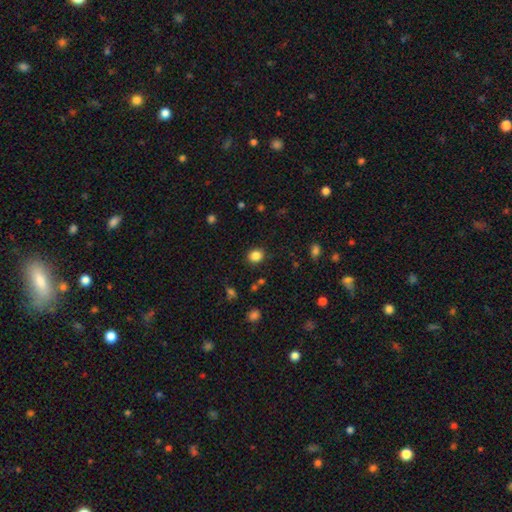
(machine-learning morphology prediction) Smooth or featured? Predicted: smooth (p=0.85). How rounded? Predicted: round (p=0.75). Merging? Predicted: none (p=0.87).